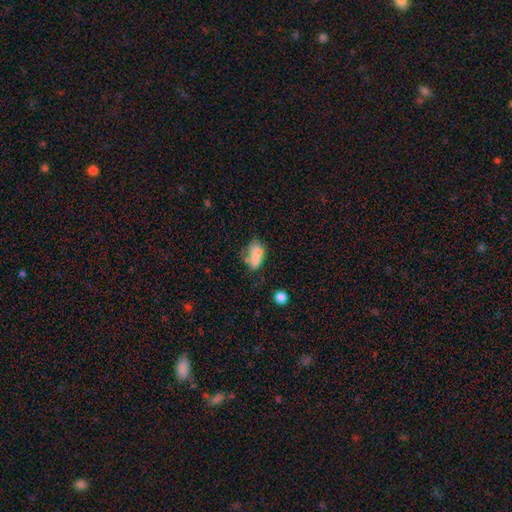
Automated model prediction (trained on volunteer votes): This appears to be a smooth galaxy with no disk features (68%) that is in between round and cigar-shaped (85%). Merging: none (38%).